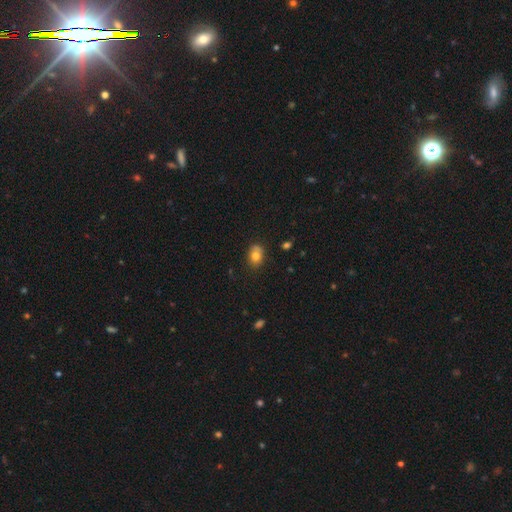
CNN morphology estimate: smooth-or-featured: smooth: 78% | featured or disk: 11% | star or artifact: 10%
  how-rounded: in between: 62% | round: 37% | cigar-shaped: 1%
  merging: none: 68% | minor disturbance: 21% | merger: 7% | major disturbance: 4%